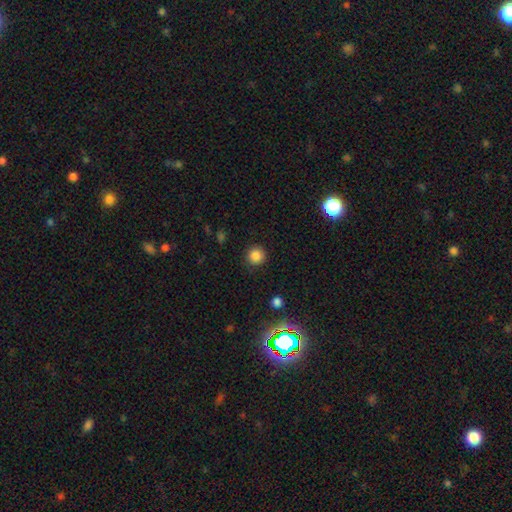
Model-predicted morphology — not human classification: Smooth or featured: smooth — 84% (star or artifact — 12%)
How rounded: round — 94% (in between — 5%)
Merging: none — 90% (minor disturbance — 7%)